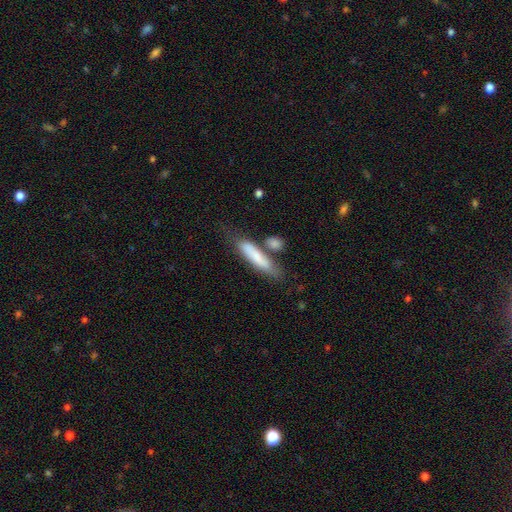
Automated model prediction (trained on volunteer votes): Smooth or featured?
  - smooth: 74% *
  - featured or disk: 20%
  - star or artifact: 6%
How rounded?
  - cigar-shaped: 78% *
  - in between: 20%
  - round: 2%
Merging?
  - none: 53% *
  - merger: 21%
  - minor disturbance: 19%
  - major disturbance: 7%